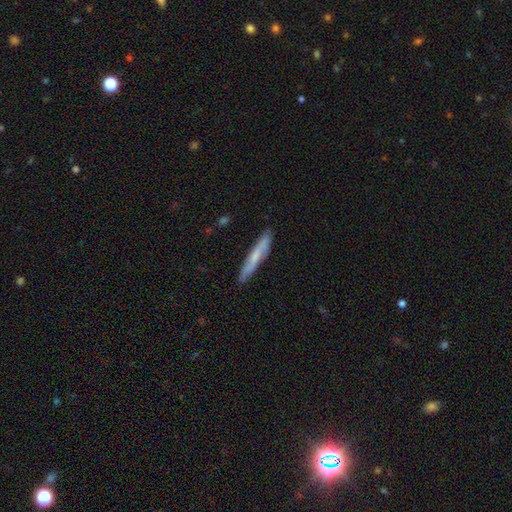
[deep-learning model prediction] Smooth or featured? smooth (52%)
How rounded? cigar-shaped (94%)
Merging? none (85%)